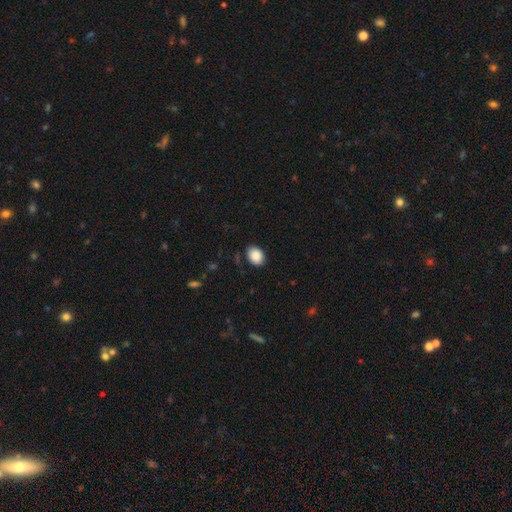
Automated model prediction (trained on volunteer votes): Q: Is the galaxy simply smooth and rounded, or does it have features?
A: smooth — 88%.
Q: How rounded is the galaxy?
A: in between — 74%.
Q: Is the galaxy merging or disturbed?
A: none — 84%.